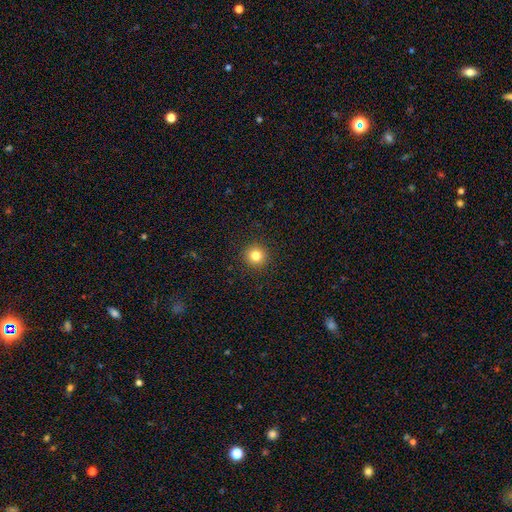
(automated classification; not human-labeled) smooth_or_featured: smooth (p=0.81) [alt: star or artifact p=0.13]
how_rounded: round (p=0.94) [alt: in between p=0.05]
merging: none (p=0.93) [alt: minor disturbance p=0.05]